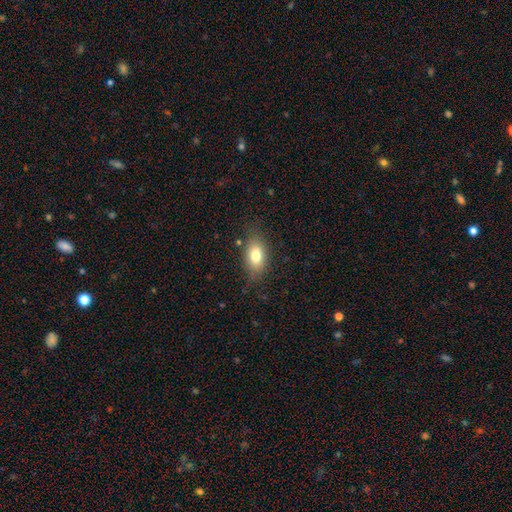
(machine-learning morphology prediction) type=smooth (78%); roundness=in between (86%); merging=none (78%).